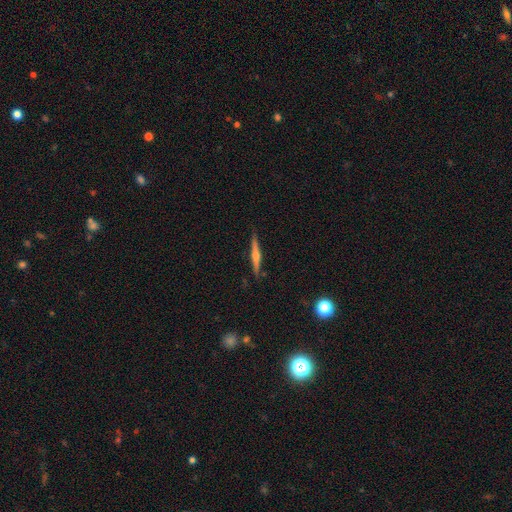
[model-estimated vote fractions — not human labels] smooth-or-featured: featured or disk: 71% | smooth: 23% | star or artifact: 6%
  disk-edge-on: yes: 98% | no: 2%
    edge-on-bulge: rounded: 86% | none: 8% | boxy: 6%
  merging: none: 89% | minor disturbance: 9% | major disturbance: 2% | merger: 1%